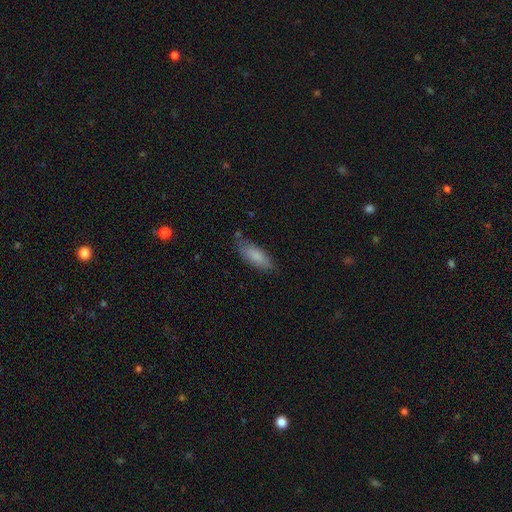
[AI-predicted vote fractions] A smooth galaxy with no disk features (84%) that is in between round and cigar-shaped (65%). Merging: none (72%).